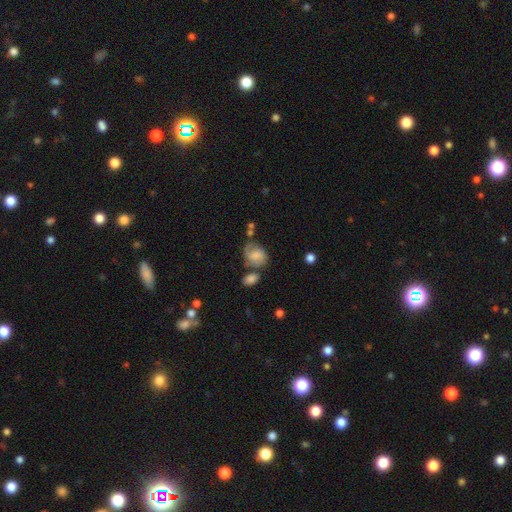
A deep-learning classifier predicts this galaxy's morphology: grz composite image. It shows a featured or disk galaxy (48%). Merging: none (52%).